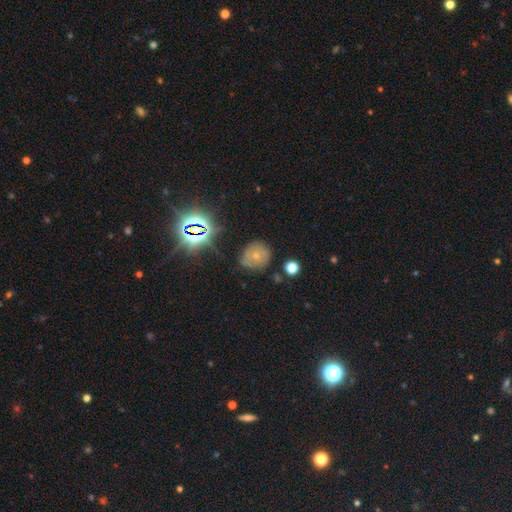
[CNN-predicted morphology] Q: Smooth or featured?
A: smooth (43%); runner-up: featured or disk (36%)
Q: Merging?
A: none (68%); runner-up: minor disturbance (22%)